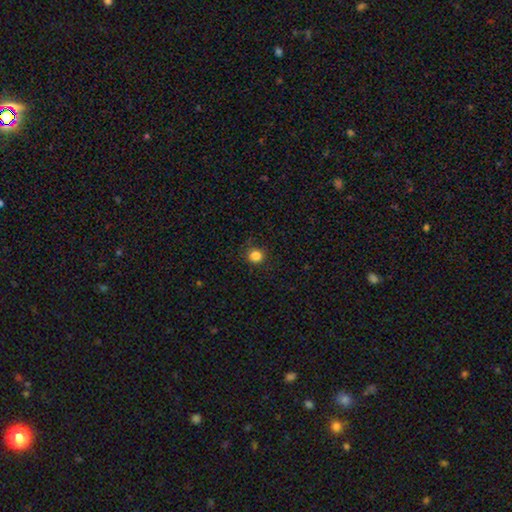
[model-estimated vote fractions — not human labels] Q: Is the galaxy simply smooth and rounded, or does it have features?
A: smooth — 84%.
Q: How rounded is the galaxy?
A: round — 91%.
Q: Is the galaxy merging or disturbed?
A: none — 87%.